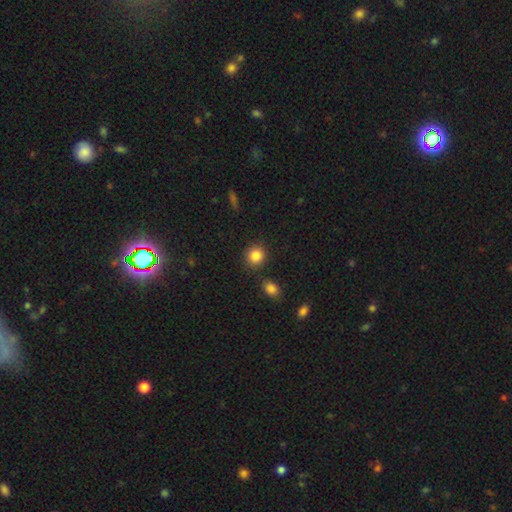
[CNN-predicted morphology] This is clearly a smooth galaxy (86%). How rounded: clearly round (86%). Merging: clearly none (86%).